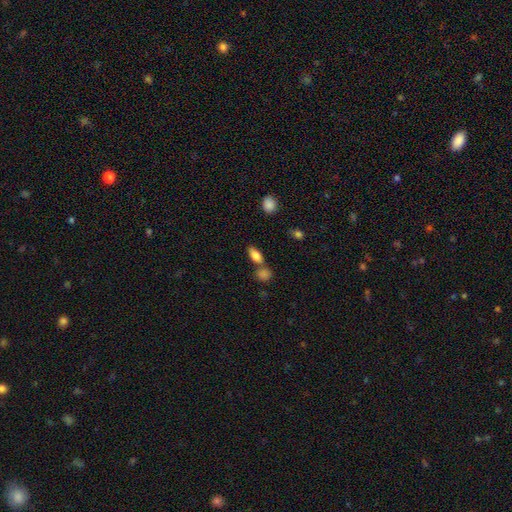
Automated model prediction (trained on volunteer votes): smooth 82%, featured or disk 10%, star or artifact 8%. Down the decision tree: how rounded — in between (85%); merging — none (61%).